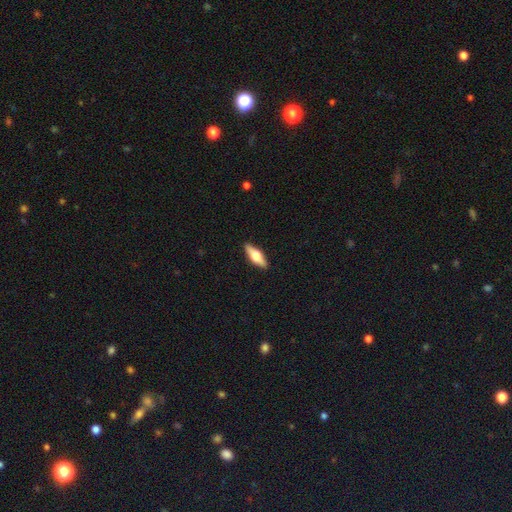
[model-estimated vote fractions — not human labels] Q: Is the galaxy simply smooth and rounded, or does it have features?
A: featured or disk — 49%.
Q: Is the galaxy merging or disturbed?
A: none — 90%.